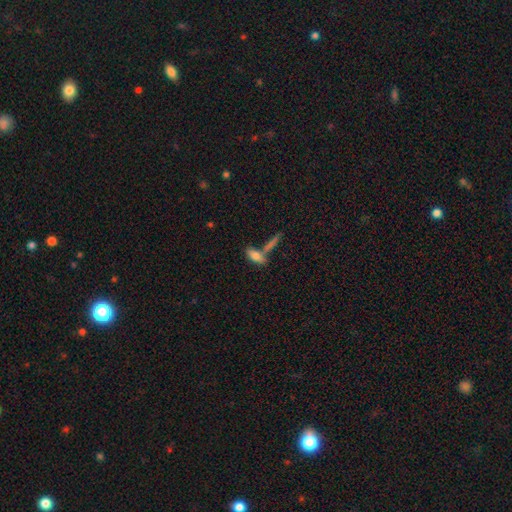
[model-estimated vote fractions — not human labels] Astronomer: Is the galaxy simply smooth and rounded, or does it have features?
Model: smooth — 72%.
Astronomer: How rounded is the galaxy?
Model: in between — 62%.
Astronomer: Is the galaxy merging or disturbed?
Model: none — 50% (runner-up: merger, 34%).